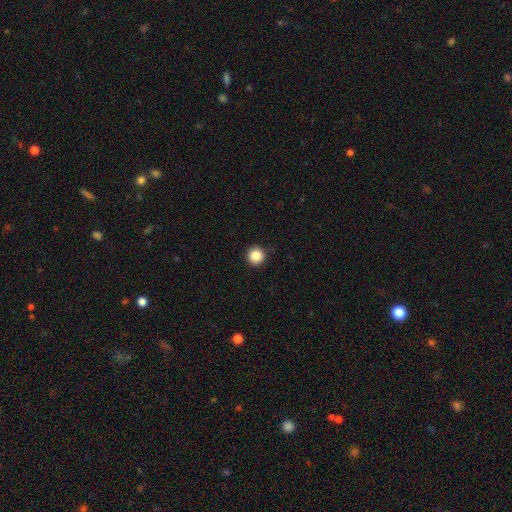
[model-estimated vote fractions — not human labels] This appears to be a smooth galaxy with no disk features (86%) that is round (96%). Merging: none (92%).